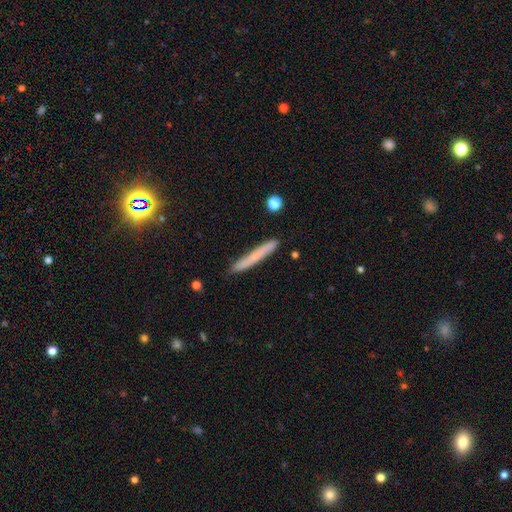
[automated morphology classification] The model was most divided on "smooth or featured": smooth: 59%, featured or disk: 33%, star or artifact: 8%. More confident: how rounded — cigar-shaped (96%); merging — none (87%).